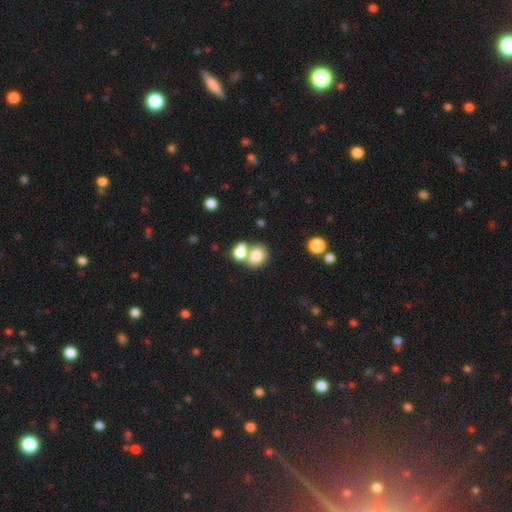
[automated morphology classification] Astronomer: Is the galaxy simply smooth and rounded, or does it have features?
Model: smooth — 78%.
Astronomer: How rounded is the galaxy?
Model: round — 70%.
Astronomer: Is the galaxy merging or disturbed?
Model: merger — 44%, tied with none at 44%.